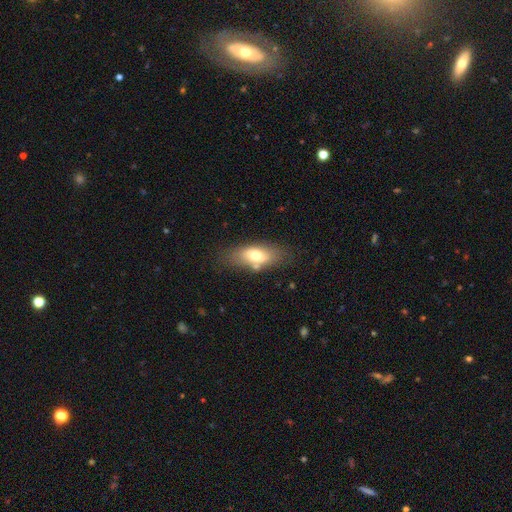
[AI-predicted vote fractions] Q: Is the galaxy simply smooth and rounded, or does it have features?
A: smooth — 65%.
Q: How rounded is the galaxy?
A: in between — 84%.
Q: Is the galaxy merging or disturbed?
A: none — 72%.